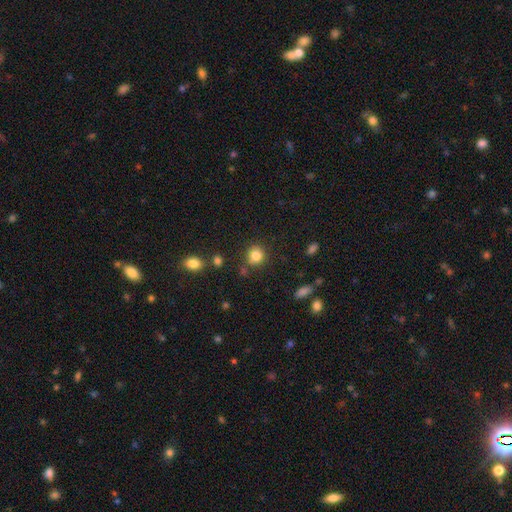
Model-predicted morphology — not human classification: Smooth or featured?
  - smooth: 84% *
  - star or artifact: 11%
  - featured or disk: 6%
How rounded?
  - round: 85% *
  - in between: 14%
  - cigar-shaped: 1%
Merging?
  - none: 81% *
  - minor disturbance: 10%
  - merger: 6%
  - major disturbance: 3%